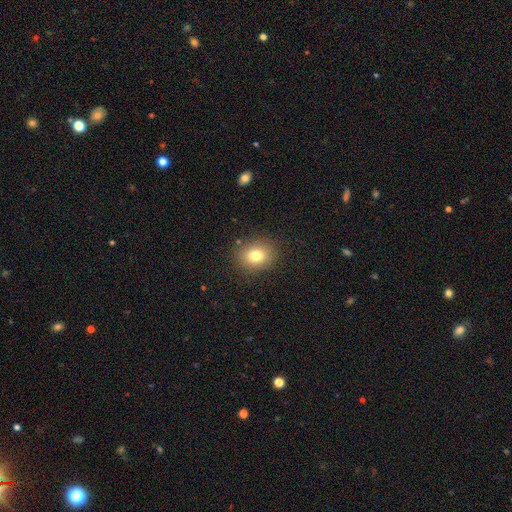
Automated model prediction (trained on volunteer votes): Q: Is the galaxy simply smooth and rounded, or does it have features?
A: smooth — 78%.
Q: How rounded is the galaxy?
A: round — 58%.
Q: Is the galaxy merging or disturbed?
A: none — 87%.